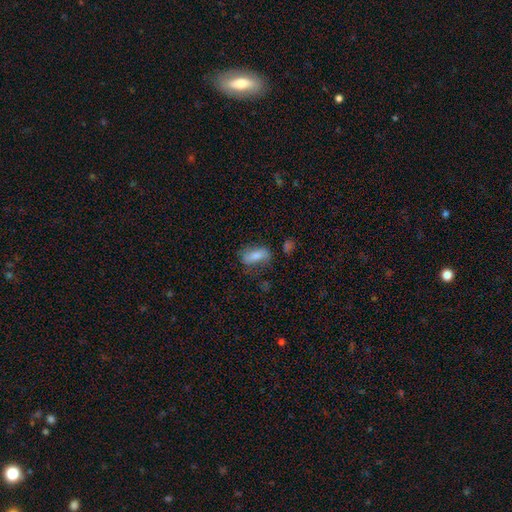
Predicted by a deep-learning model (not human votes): A smooth galaxy with no disk features (72%) that is in between round and cigar-shaped (85%).

Vote fractions:
- Smooth or featured? smooth: 72% / featured or disk: 19% / star or artifact: 8%
- How rounded? in between: 85% / cigar-shaped: 11% / round: 5%
- Merging? none: 60% / minor disturbance: 25% / major disturbance: 12% / merger: 4%